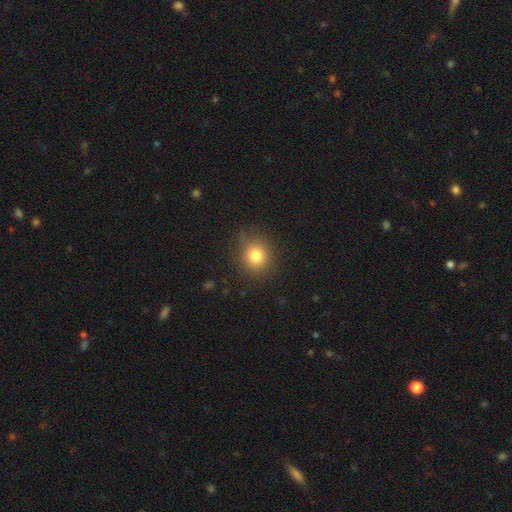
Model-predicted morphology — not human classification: A smooth galaxy with no disk features (80%) that is round (85%). Merging: none (84%).